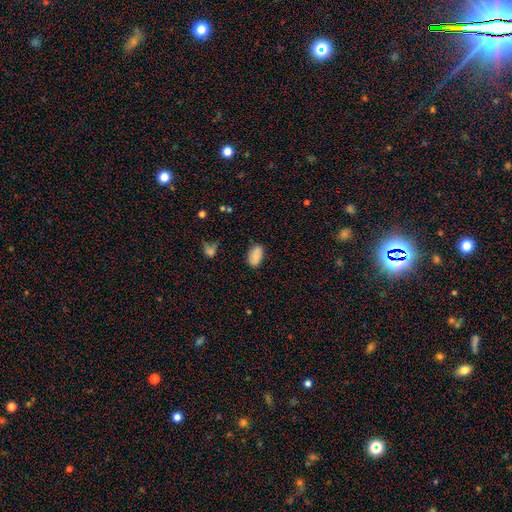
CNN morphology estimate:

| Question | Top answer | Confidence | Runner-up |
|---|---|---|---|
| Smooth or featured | smooth | 85% | star or artifact (8%) |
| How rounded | in between | 94% | round (4%) |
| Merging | none | 79% | minor disturbance (16%) |